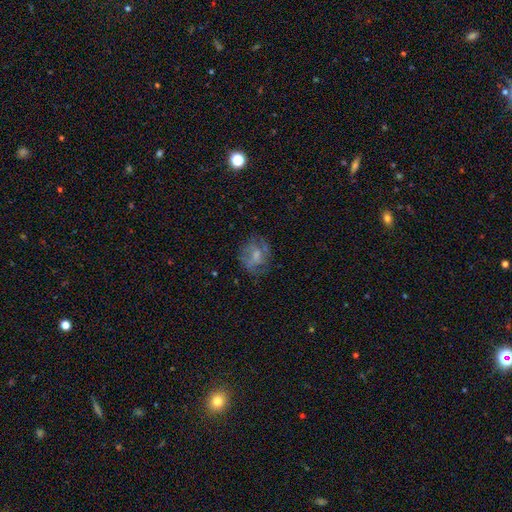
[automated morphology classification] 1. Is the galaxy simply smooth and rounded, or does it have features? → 47% featured or disk, 42% smooth, 11% star or artifact.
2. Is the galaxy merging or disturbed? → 60% none, 21% minor disturbance, 17% major disturbance, 2% merger.